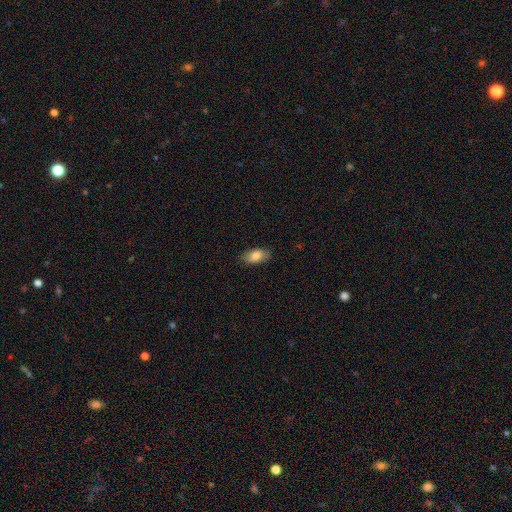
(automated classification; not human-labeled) Smooth or featured? Predicted: smooth (p=0.82). How rounded? Predicted: in between (p=0.91). Merging? Predicted: none (p=0.84).